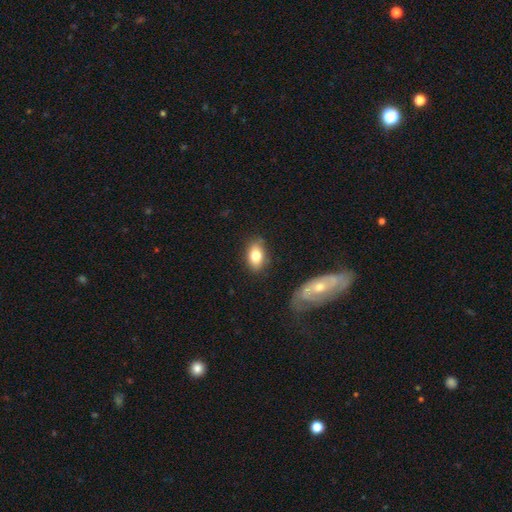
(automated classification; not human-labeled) Smooth or featured? Predicted: smooth (p=0.79). How rounded? Predicted: in between (p=0.86). Merging? Predicted: none (p=0.81).